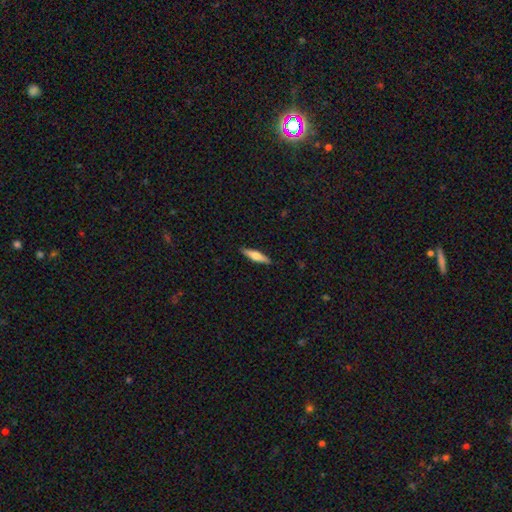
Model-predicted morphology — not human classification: smooth 50%, featured or disk 44%, star or artifact 5%. Down the decision tree: how rounded — cigar-shaped (77%); merging — none (90%).